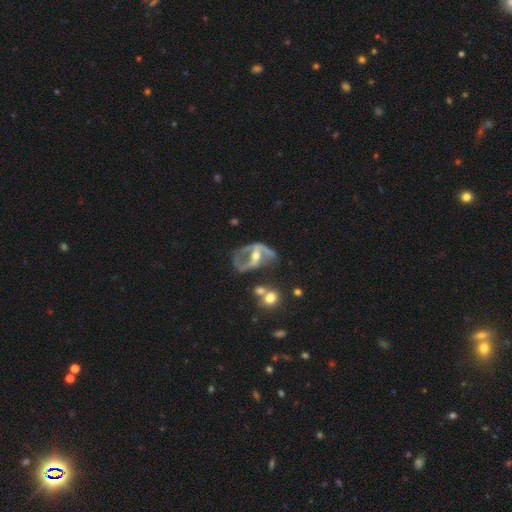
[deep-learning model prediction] Morphology: type=featured or disk (81%); edge-on=no (94%); bar=strong (46%); spiral arms=yes (75%); winding=loose (44%); arm count=2 (70%); bulge=moderate (58%); merging=none (36%).